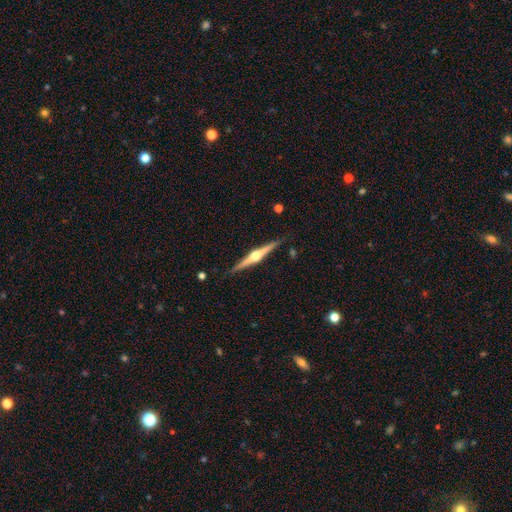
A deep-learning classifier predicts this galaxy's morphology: A featured or disk galaxy (83%) viewed edge-on (99%) with a rounded central bulge (95%).

Vote fractions:
- Smooth or featured? featured or disk: 83% / smooth: 12% / star or artifact: 5%
- Edge-on disk? yes: 99% / no: 1%
- Edge-on bulge? rounded: 95% / boxy: 3% / none: 2%
- Merging? none: 89% / minor disturbance: 8% / major disturbance: 1% / merger: 1%